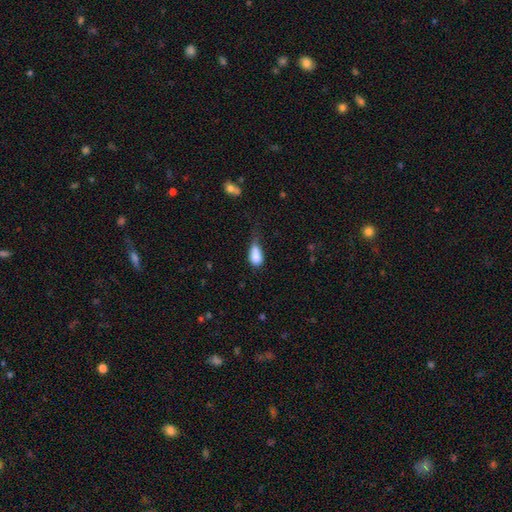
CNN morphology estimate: Smooth or featured?
  - smooth: 82% *
  - featured or disk: 9%
  - star or artifact: 8%
How rounded?
  - in between: 85% *
  - round: 11%
  - cigar-shaped: 5%
Merging?
  - minor disturbance: 42% *
  - major disturbance: 29%
  - none: 23%
  - merger: 6%